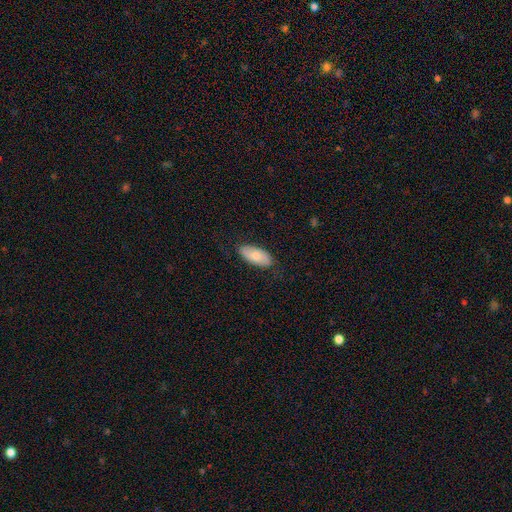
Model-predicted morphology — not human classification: A smooth galaxy with no disk features (72%) that is in between round and cigar-shaped (91%).

Vote fractions:
- Smooth or featured? smooth: 72% / featured or disk: 22% / star or artifact: 6%
- How rounded? in between: 91% / cigar-shaped: 7% / round: 2%
- Merging? none: 80% / minor disturbance: 16% / major disturbance: 3% / merger: 1%